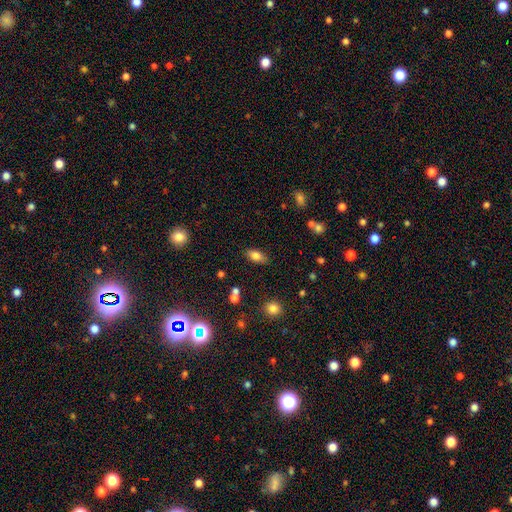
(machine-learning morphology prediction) Smooth or featured?
  - smooth: 79% *
  - featured or disk: 12%
  - star or artifact: 9%
How rounded?
  - in between: 89% *
  - cigar-shaped: 6%
  - round: 5%
Merging?
  - none: 83% *
  - minor disturbance: 12%
  - major disturbance: 3%
  - merger: 3%